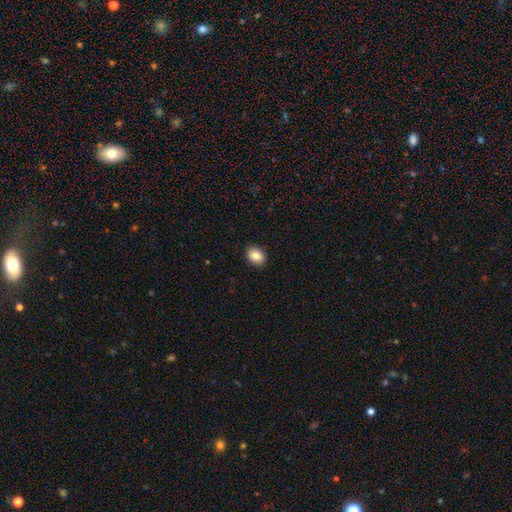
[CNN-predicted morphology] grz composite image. It shows a smooth galaxy with no disk features (86%) that is in between round and cigar-shaped (66%). Merging: none (90%).